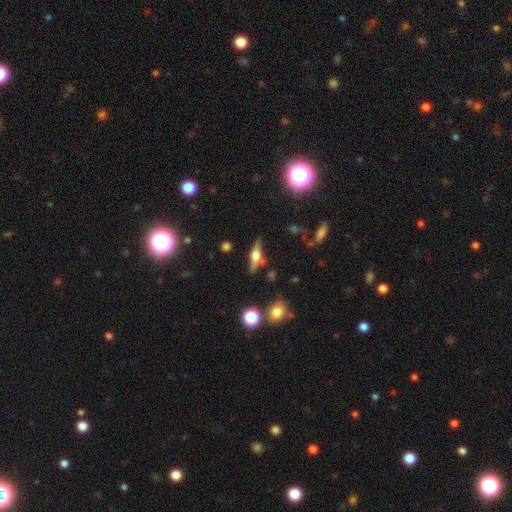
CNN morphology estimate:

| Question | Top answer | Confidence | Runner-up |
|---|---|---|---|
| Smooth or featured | featured or disk | 68% | smooth (24%) |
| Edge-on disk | yes | 95% | no (5%) |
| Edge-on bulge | rounded | 91% | boxy (8%) |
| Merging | none | 78% | minor disturbance (14%) |